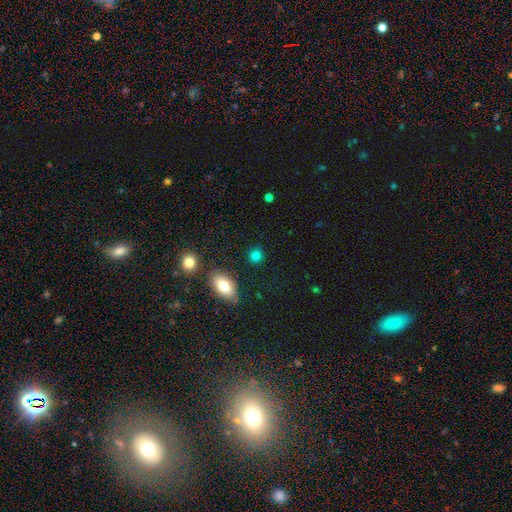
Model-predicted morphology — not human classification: This appears to be a smooth galaxy with no disk features (83%) that is round (78%). Merging: none (84%).